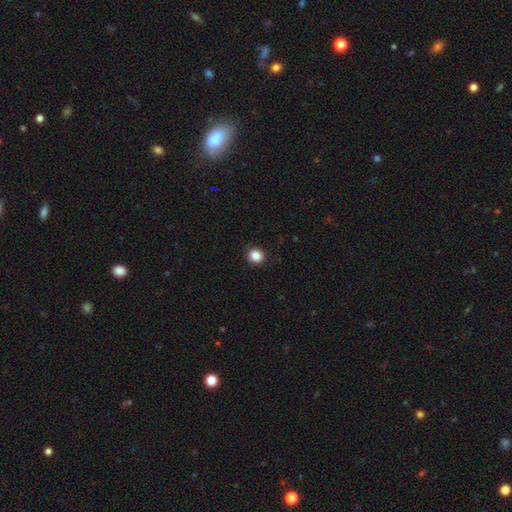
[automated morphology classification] smooth-or-featured: smooth: 87% | star or artifact: 10% | featured or disk: 3%
  how-rounded: round: 85% | in between: 14% | cigar-shaped: 1%
  merging: none: 91% | minor disturbance: 7% | major disturbance: 2% | merger: 1%